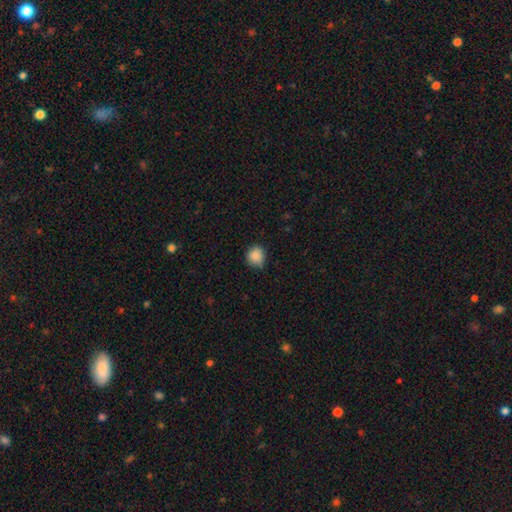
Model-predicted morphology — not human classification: Smooth or featured: smooth — 87% (star or artifact — 9%)
How rounded: round — 88% (in between — 12%)
Merging: none — 82% (minor disturbance — 15%)